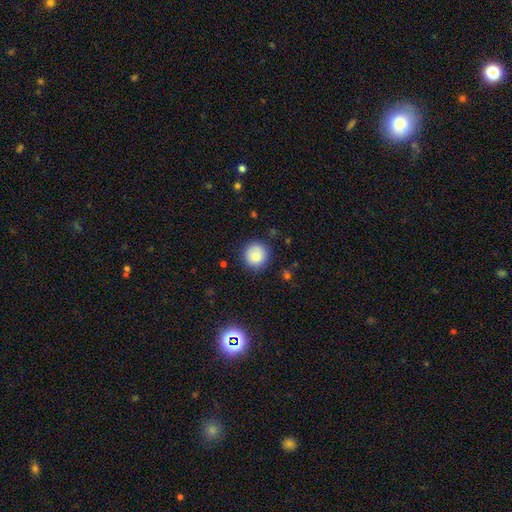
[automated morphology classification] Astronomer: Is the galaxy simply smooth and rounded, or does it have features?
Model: smooth — 83%.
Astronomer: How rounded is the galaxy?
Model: round — 94%.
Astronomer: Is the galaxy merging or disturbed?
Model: none — 87%.